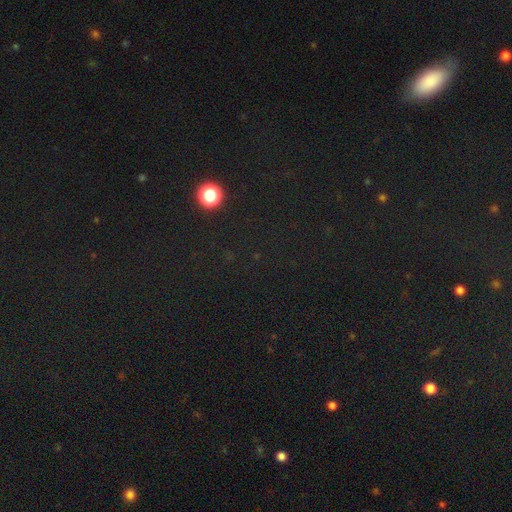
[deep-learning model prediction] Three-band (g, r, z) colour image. It shows a star or artifact, not a galaxy (74%).